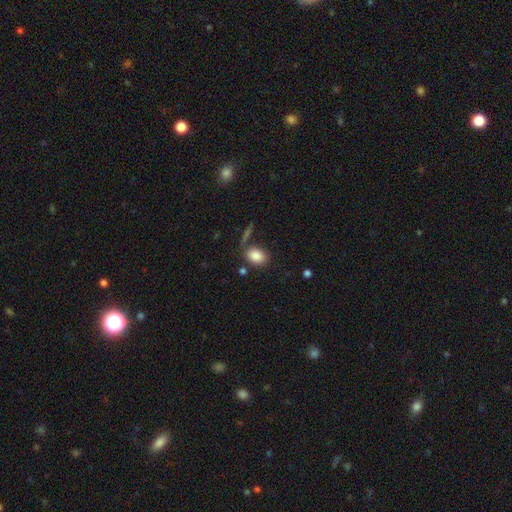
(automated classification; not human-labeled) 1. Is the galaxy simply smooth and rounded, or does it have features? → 85% smooth, 9% star or artifact, 6% featured or disk.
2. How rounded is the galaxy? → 73% in between, 25% round, 2% cigar-shaped.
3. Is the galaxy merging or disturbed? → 72% none, 13% minor disturbance, 9% merger, 5% major disturbance.